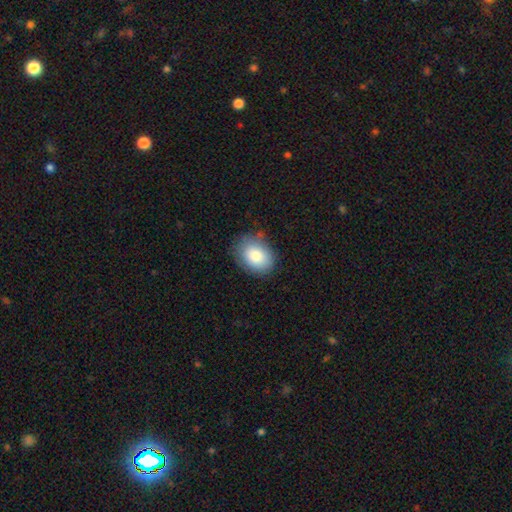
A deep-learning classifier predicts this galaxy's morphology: A smooth galaxy with no disk features (82%) that is in between round and cigar-shaped (63%).

Vote fractions:
- Smooth or featured? smooth: 82% / featured or disk: 10% / star or artifact: 8%
- How rounded? in between: 63% / round: 36% / cigar-shaped: 1%
- Merging? none: 79% / minor disturbance: 16% / major disturbance: 4% / merger: 1%